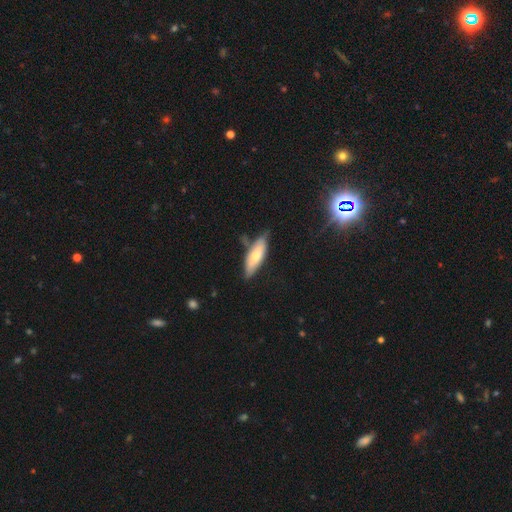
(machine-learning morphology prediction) The model was most divided on "how rounded": in between: 53%, cigar-shaped: 45%, round: 2%. More confident: smooth or featured — smooth (62%); merging — none (62%).